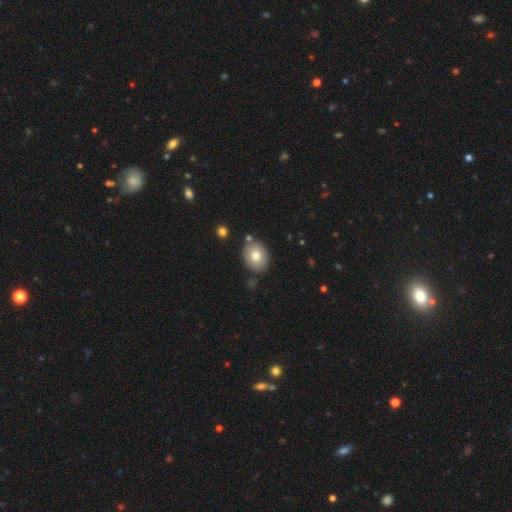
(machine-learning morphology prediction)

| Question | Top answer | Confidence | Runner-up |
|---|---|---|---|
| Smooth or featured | smooth | 76% | featured or disk (15%) |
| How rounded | round | 50% | in between (49%) |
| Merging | none | 81% | minor disturbance (10%) |